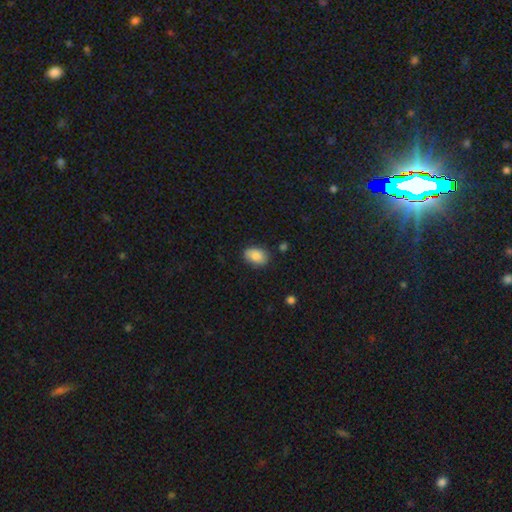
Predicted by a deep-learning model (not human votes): Smooth or featured? smooth (86%)
How rounded? in between (86%)
Merging? none (80%)